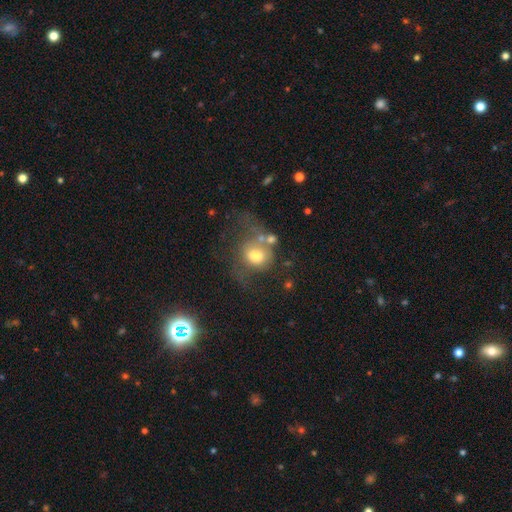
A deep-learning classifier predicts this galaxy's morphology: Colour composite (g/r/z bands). It shows a smooth galaxy with no disk features (60%) that is round (68%). Merging: major disturbance (35%).